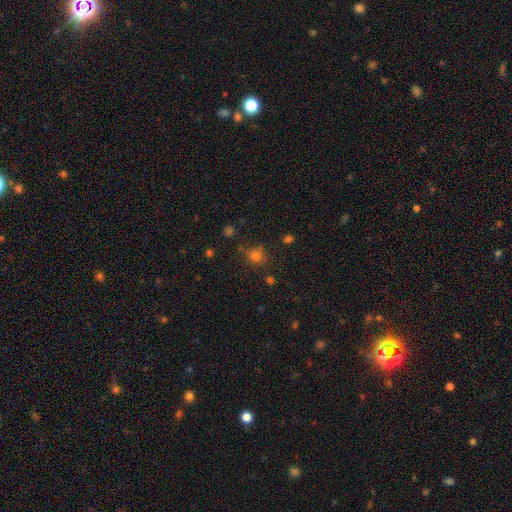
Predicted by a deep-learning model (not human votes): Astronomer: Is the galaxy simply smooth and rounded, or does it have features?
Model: smooth — 74%.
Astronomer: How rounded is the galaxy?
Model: round — 83%.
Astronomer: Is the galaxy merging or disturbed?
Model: none — 72%.